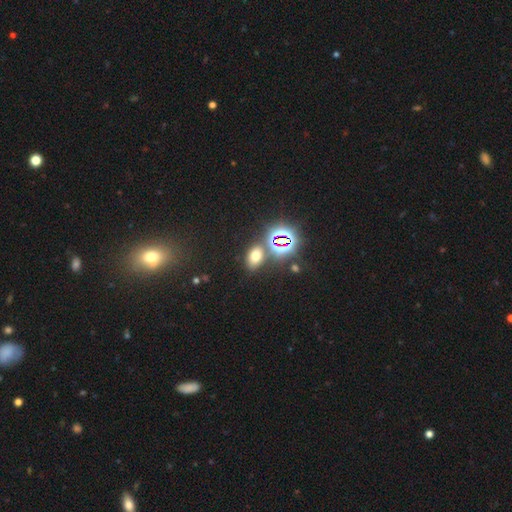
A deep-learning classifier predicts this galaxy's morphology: smooth 56%, star or artifact 35%, featured or disk 9%. Down the decision tree: how rounded — in between (79%); merging — none (74%).